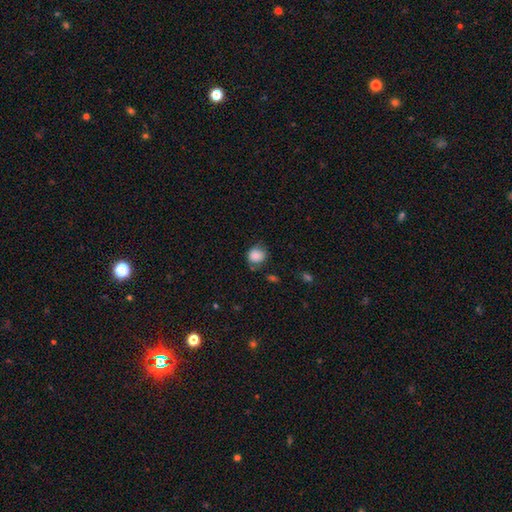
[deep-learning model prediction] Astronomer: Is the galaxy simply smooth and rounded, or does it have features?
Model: smooth — 79%.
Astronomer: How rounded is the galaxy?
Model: round — 83%.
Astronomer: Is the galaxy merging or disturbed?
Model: none — 69%.